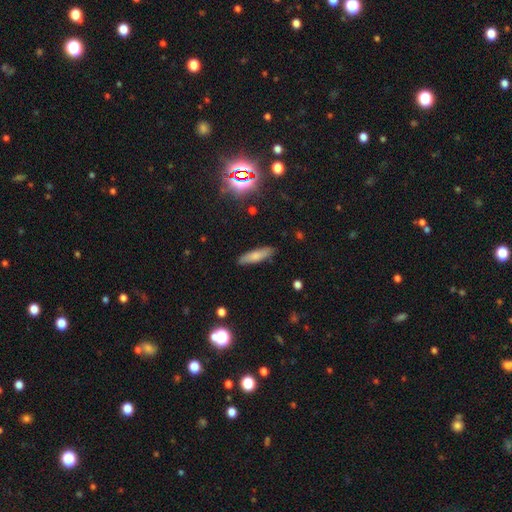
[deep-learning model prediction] Smooth or featured?
  - smooth: 74% *
  - featured or disk: 18%
  - star or artifact: 8%
How rounded?
  - cigar-shaped: 68% *
  - in between: 30%
  - round: 2%
Merging?
  - none: 87% *
  - minor disturbance: 10%
  - major disturbance: 2%
  - merger: 1%